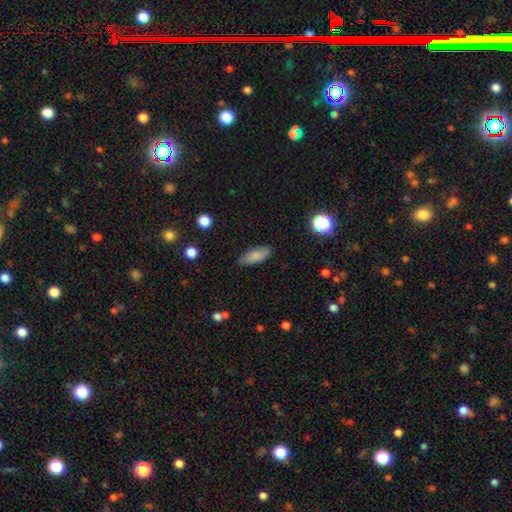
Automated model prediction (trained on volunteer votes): Morphology: type=smooth (83%); roundness=in between (77%); merging=none (81%).